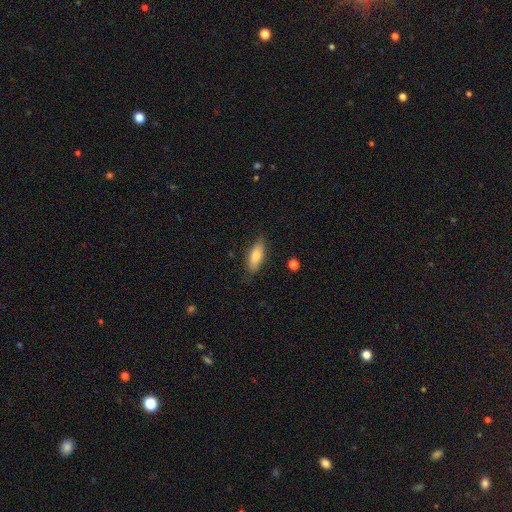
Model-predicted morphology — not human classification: smooth 78%, featured or disk 16%, star or artifact 6%. Down the decision tree: how rounded — in between (71%); merging — none (81%).